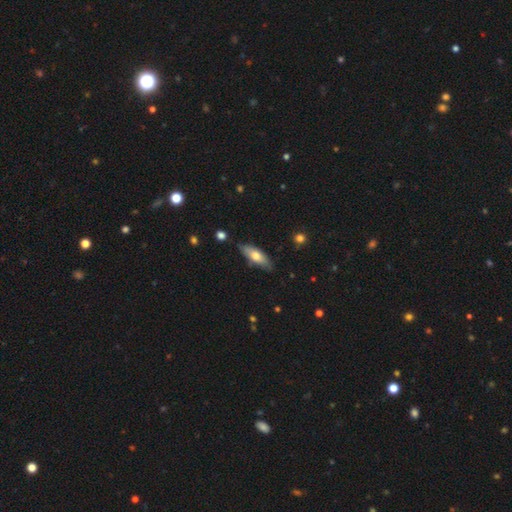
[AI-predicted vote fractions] Overall: smooth (65%; featured or disk 29%). How rounded: in between (64%; cigar-shaped 34%). Merging: none (79%).